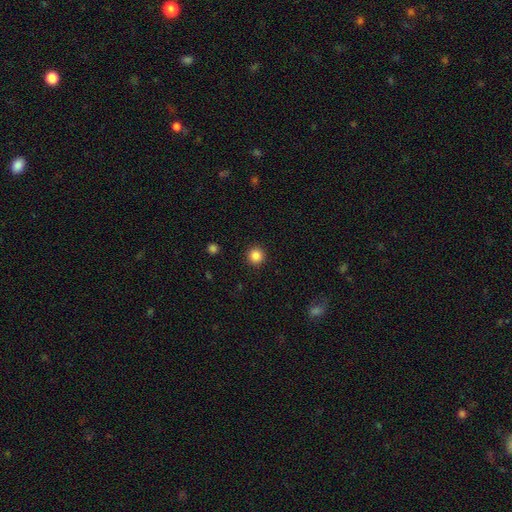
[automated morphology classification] Q: Smooth or featured?
A: smooth (86%); runner-up: star or artifact (11%)
Q: How rounded?
A: round (96%); runner-up: in between (3%)
Q: Merging?
A: none (93%); runner-up: minor disturbance (4%)